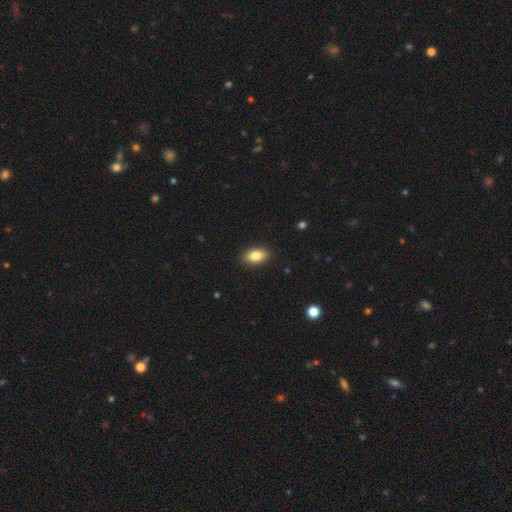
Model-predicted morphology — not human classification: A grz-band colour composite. It shows a smooth galaxy with no disk features (86%) that is in between round and cigar-shaped (91%). Merging: none (90%).